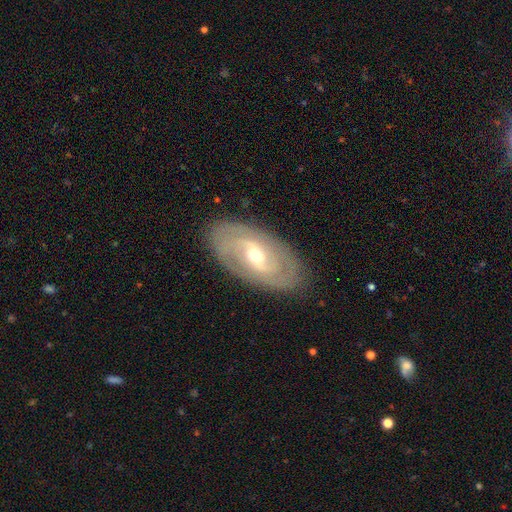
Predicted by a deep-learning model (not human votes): Morphology: type=featured or disk (80%); edge-on=no (93%); bar=weak (48%); spiral arms=yes (87%); winding=tight (55%); arm count=2 (57%); bulge=moderate (56%); merging=none (84%).